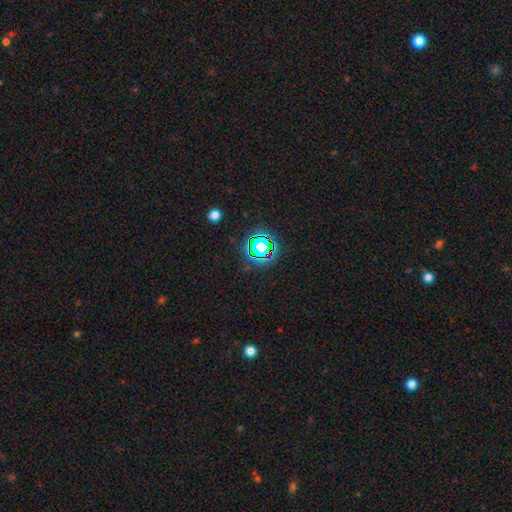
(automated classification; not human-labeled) smooth_or_featured: star or artifact (p=0.77) [alt: smooth p=0.14]